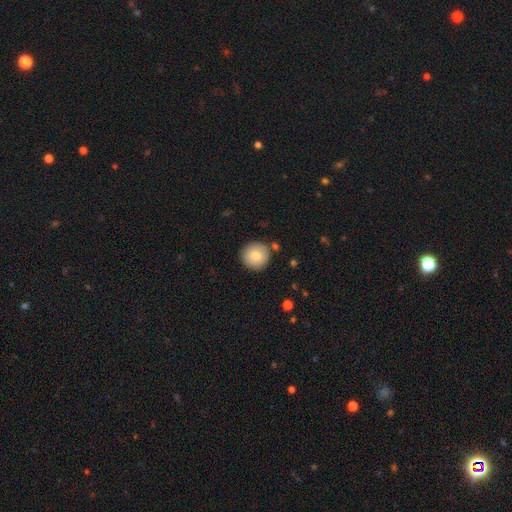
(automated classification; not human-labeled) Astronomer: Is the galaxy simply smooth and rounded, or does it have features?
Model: smooth — 79%.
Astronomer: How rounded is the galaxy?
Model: round — 94%.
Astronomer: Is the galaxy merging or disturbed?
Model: none — 86%.